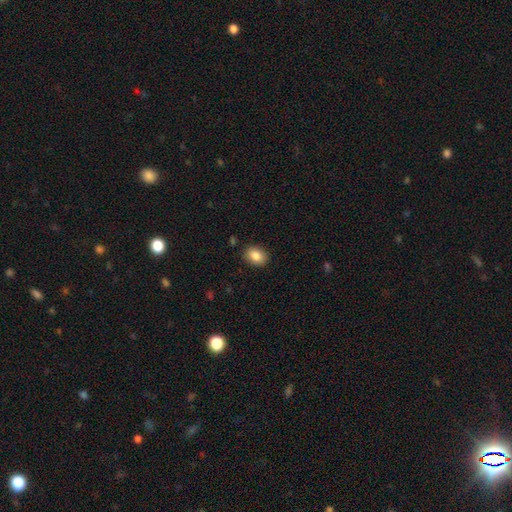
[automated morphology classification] smooth 87%, star or artifact 8%, featured or disk 5%. Down the decision tree: how rounded — in between (67%); merging — none (88%).